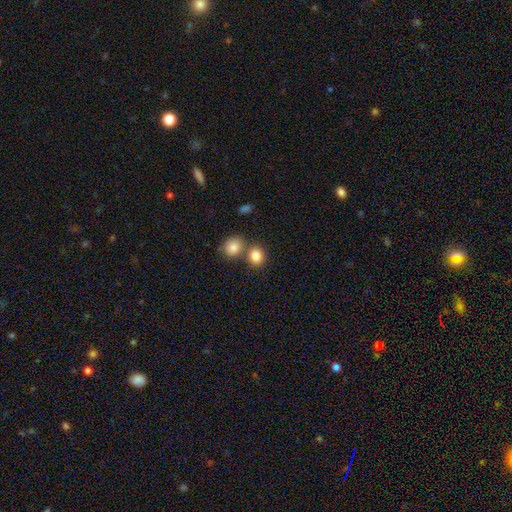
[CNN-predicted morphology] Smooth or featured? smooth (84%)
How rounded? round (62%)
Merging? none (57%)